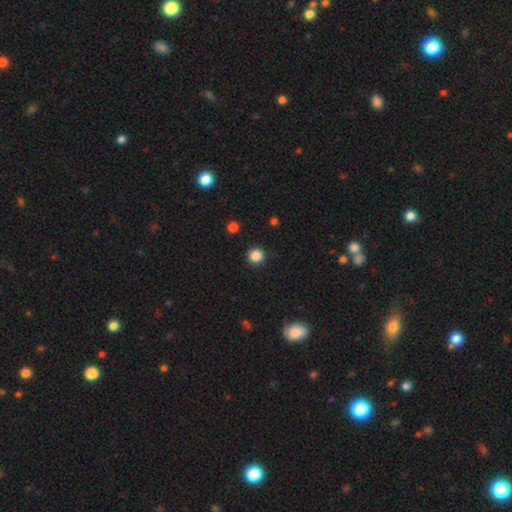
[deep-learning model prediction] Overall: smooth (86%). How rounded: round (94%). Merging: none (92%).